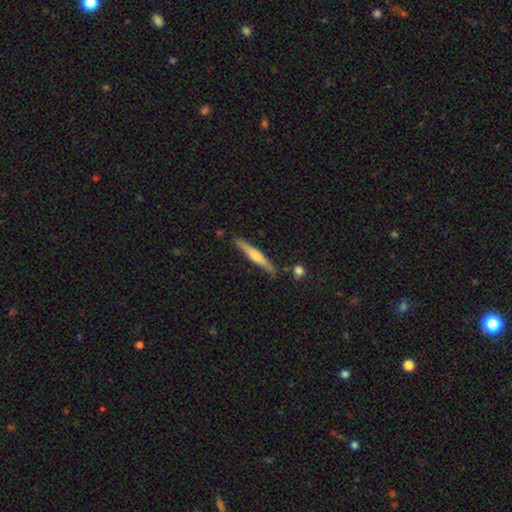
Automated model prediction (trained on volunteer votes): Smooth or featured? Predicted: featured or disk (p=0.53). Edge-on disk? Predicted: yes (p=0.96). Edge-on bulge? Predicted: rounded (p=0.66). Merging? Predicted: none (p=0.83).